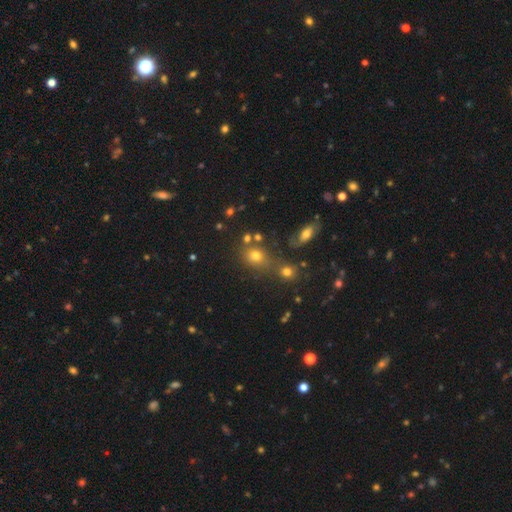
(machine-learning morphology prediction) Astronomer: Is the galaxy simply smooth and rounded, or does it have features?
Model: smooth — 69%.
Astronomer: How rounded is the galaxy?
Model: round — 61% (runner-up: in between, 37%).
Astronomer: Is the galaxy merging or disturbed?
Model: none — 56%.